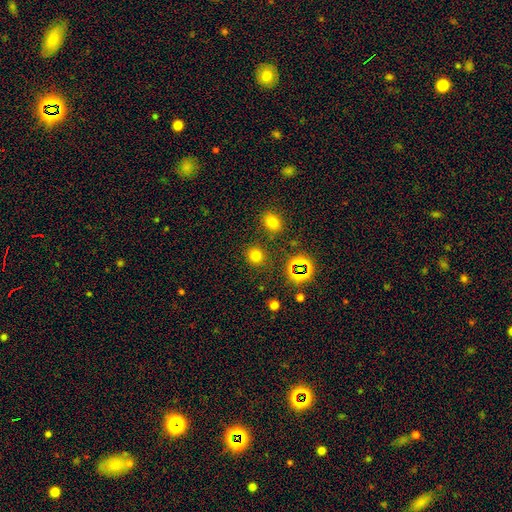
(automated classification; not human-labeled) Q: Smooth or featured?
A: smooth (72%); runner-up: star or artifact (22%)
Q: How rounded?
A: round (85%); runner-up: in between (14%)
Q: Merging?
A: none (84%); runner-up: minor disturbance (8%)